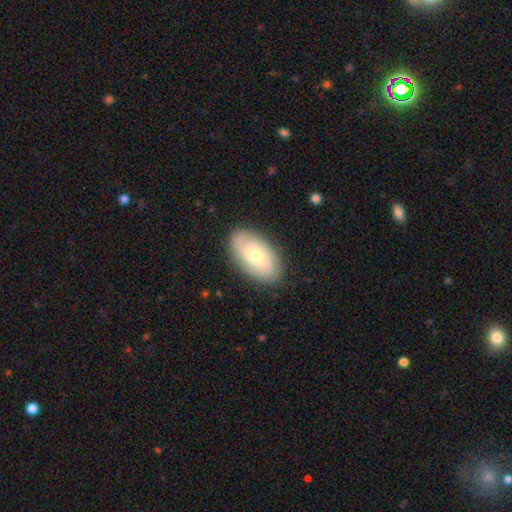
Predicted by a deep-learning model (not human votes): This is possibly a smooth galaxy (50%). How rounded: clearly in between (93%). Merging: clearly none (84%).